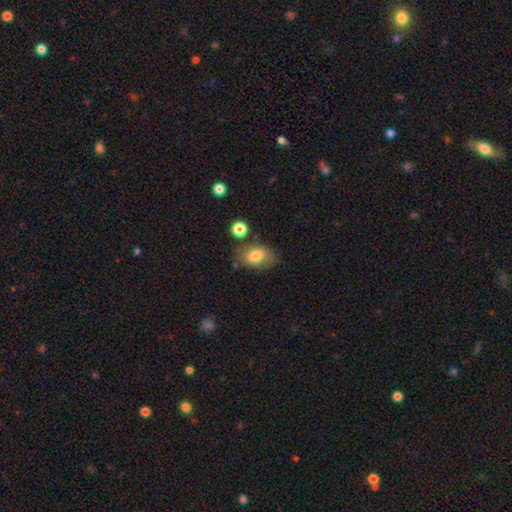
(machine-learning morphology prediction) Smooth or featured? smooth (79%)
How rounded? in between (84%)
Merging? none (70%)